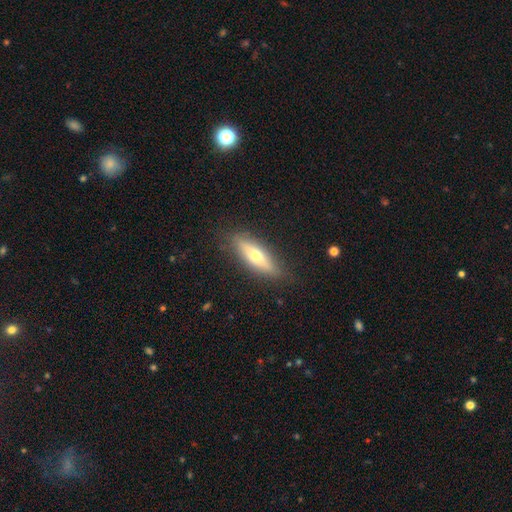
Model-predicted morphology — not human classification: Smooth or featured: smooth — 52% (featured or disk — 41%)
How rounded: cigar-shaped — 59% (in between — 39%)
Merging: none — 85% (minor disturbance — 11%)